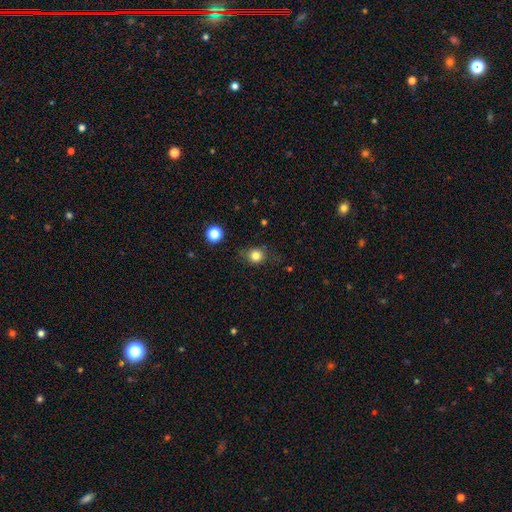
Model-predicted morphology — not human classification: Overall: smooth (82%). How rounded: round (81%). Merging: none (73%).